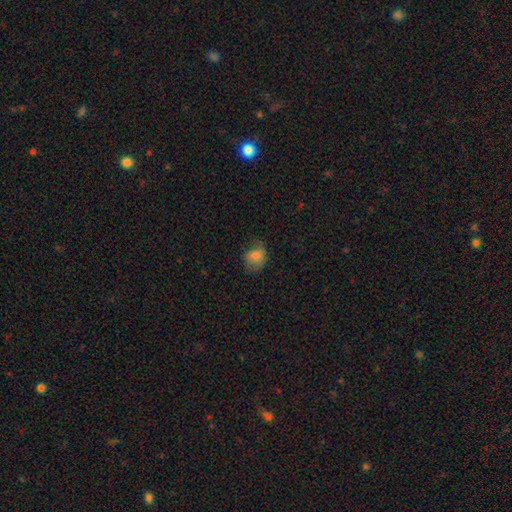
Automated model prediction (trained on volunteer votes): This is likely a smooth galaxy (74%). How rounded: possibly round (50%). Merging: possibly none (50%).